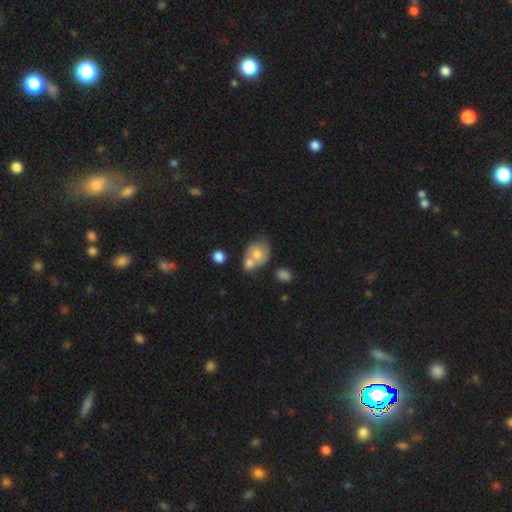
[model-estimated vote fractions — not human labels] Overall: smooth (57%; featured or disk 35%). How rounded: in between (52%; round 47%). Merging: merger (55%; none 24%).